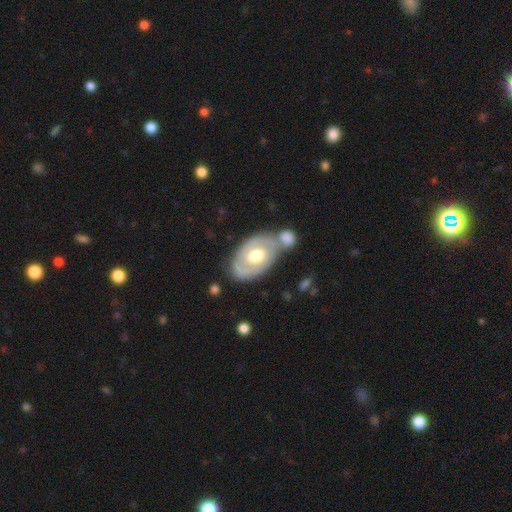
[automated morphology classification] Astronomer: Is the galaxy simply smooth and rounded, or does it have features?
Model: featured or disk — 58% (runner-up: smooth, 37%).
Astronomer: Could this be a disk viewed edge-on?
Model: no — 92%.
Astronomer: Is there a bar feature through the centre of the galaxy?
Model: no — 82%.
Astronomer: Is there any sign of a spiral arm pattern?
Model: no — 70%.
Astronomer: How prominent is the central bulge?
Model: moderate — 63%.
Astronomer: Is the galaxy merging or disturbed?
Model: none — 47% (runner-up: merger, 29%).